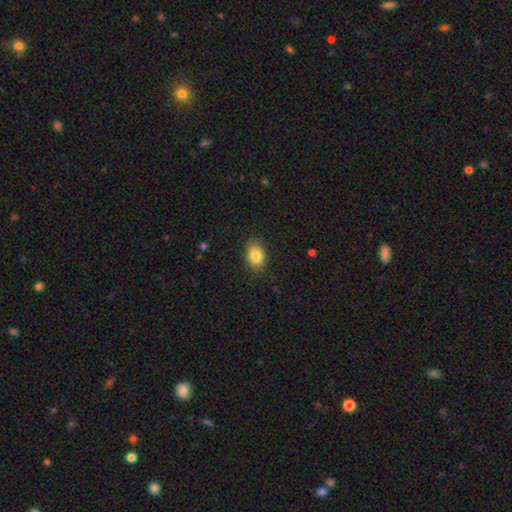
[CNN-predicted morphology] A smooth galaxy with no disk features (85%) that is in between round and cigar-shaped (75%).

Vote fractions:
- Smooth or featured? smooth: 85% / star or artifact: 9% / featured or disk: 6%
- How rounded? in between: 75% / round: 24% / cigar-shaped: 1%
- Merging? none: 87% / minor disturbance: 9% / major disturbance: 2% / merger: 1%